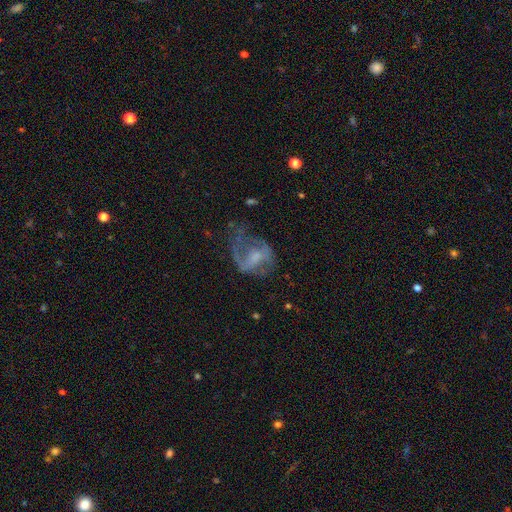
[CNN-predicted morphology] type=featured or disk (65%); edge-on=no (97%); bar=no (47%); spiral arms=yes (68%); bulge=small (32%); merging=major disturbance (39%).